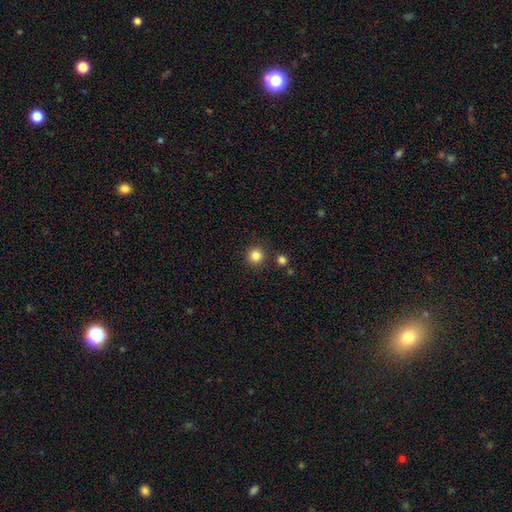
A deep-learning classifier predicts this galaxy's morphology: A smooth galaxy with no disk features (85%) that is round (95%). Merging: none (87%).